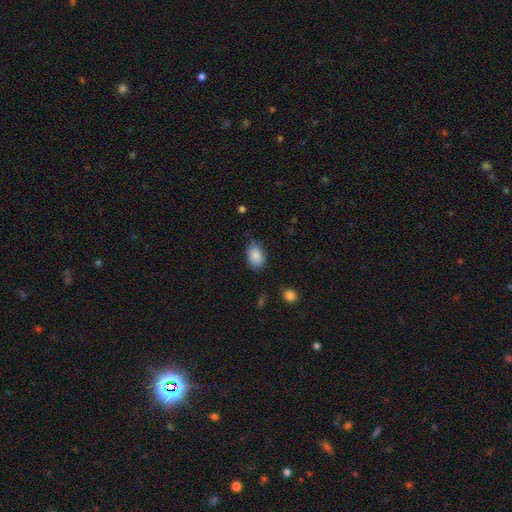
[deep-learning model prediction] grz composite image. It shows a smooth galaxy with no disk features (88%) that is in between round and cigar-shaped (87%). Merging: none (74%).